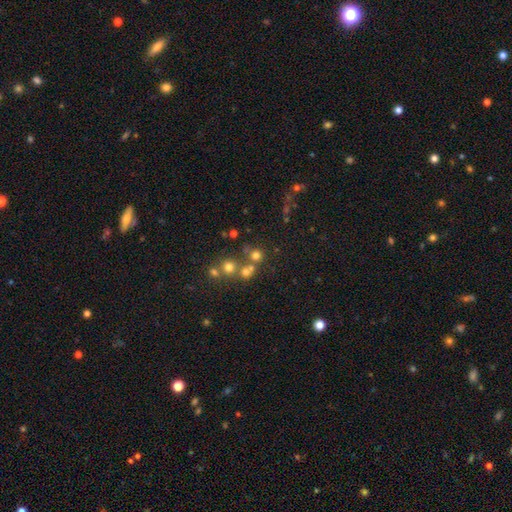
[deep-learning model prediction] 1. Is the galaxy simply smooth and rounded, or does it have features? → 65% smooth, 22% star or artifact, 12% featured or disk.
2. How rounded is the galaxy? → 89% round, 10% in between, 1% cigar-shaped.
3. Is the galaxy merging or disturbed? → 62% none, 27% merger, 7% minor disturbance, 4% major disturbance.